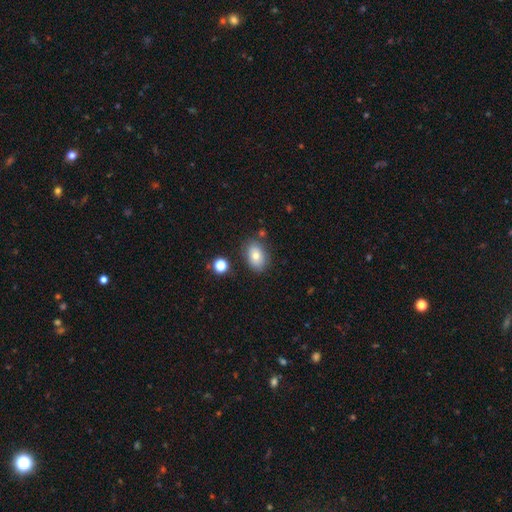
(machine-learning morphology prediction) smooth 75%, featured or disk 15%, star or artifact 10%. Down the decision tree: how rounded — in between (81%); merging — none (79%).